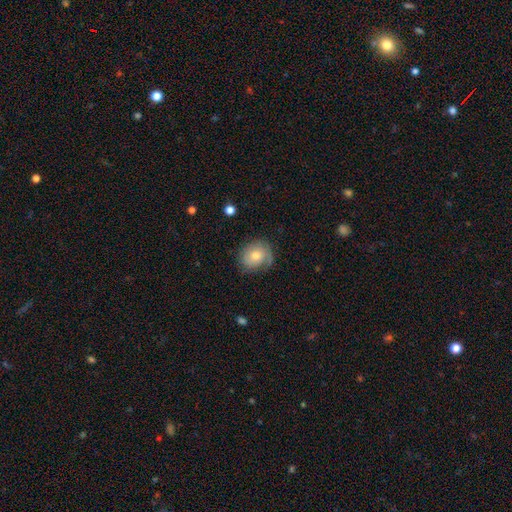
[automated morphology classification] Overall: smooth (53%; featured or disk 38%). How rounded: round (66%; in between 33%). Merging: none (67%).